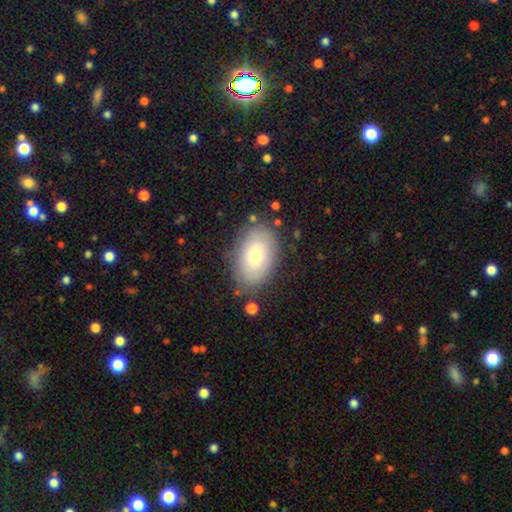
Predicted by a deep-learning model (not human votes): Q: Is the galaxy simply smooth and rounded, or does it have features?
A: smooth — 70%.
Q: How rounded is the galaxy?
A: in between — 91%.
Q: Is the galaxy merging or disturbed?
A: none — 80%.